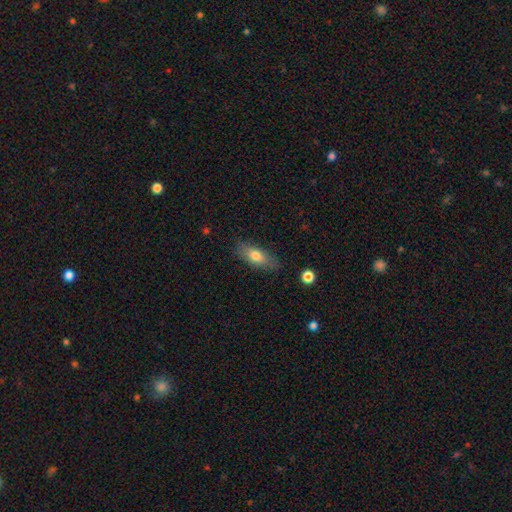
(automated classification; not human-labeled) This is likely a smooth galaxy (73%). How rounded: likely in between (71%). Merging: clearly none (82%).